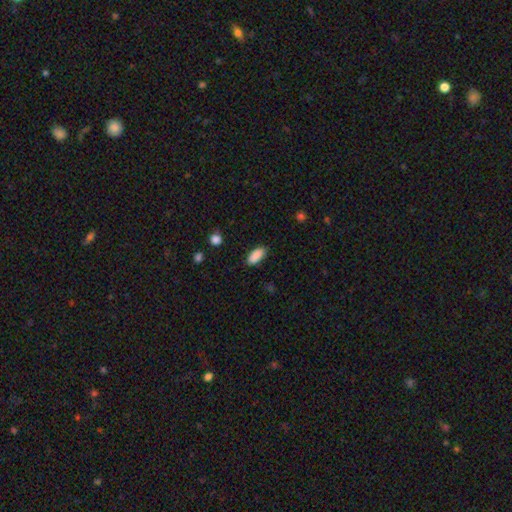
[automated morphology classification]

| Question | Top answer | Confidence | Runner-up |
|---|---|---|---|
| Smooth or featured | smooth | 90% | star or artifact (7%) |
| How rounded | in between | 88% | cigar-shaped (9%) |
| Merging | none | 85% | minor disturbance (12%) |